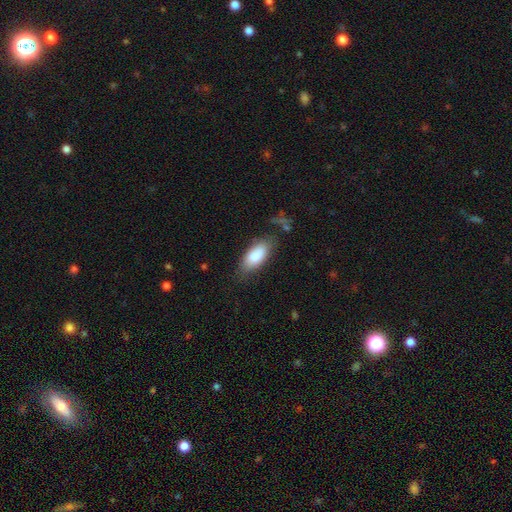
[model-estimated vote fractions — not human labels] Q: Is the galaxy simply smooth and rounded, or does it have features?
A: smooth — 84%.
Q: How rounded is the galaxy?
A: in between — 86%.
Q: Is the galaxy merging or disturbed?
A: none — 70%.